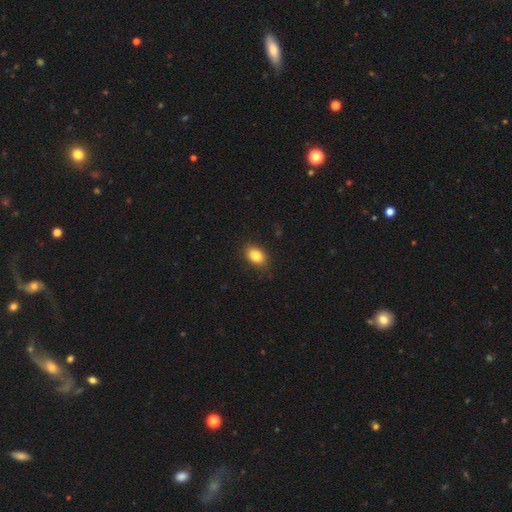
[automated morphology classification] Smooth or featured? smooth (85%)
How rounded? in between (80%)
Merging? none (86%)